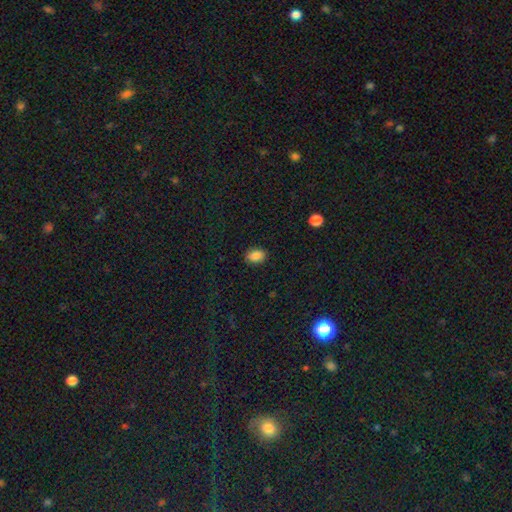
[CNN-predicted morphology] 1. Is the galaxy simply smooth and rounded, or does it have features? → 87% smooth, 9% star or artifact, 4% featured or disk.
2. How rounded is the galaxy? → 79% in between, 20% round, 1% cigar-shaped.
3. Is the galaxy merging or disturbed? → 89% none, 8% minor disturbance, 2% major disturbance, 1% merger.